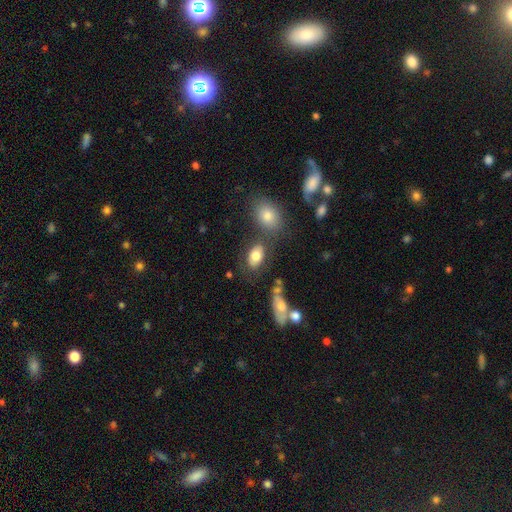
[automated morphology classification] type=smooth (80%); roundness=in between (88%); merging=none (70%).